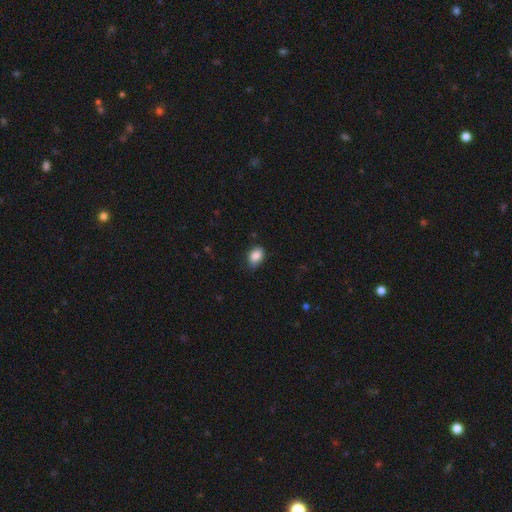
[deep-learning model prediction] smooth_or_featured: smooth (p=0.86) [alt: star or artifact p=0.08]
how_rounded: in between (p=0.77) [alt: round p=0.22]
merging: none (p=0.74) [alt: minor disturbance p=0.21]